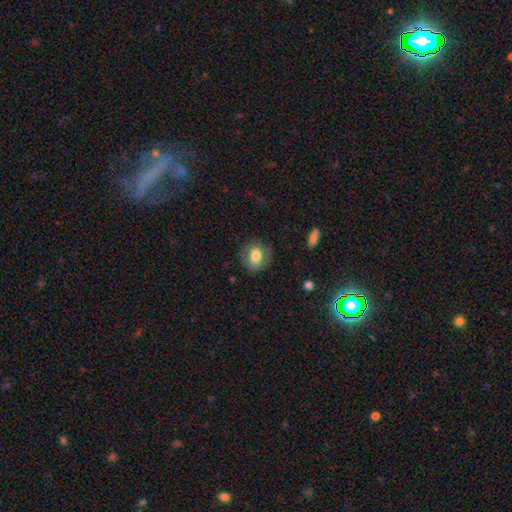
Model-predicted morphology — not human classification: A smooth galaxy with no disk features (70%) that is round (59%). Merging: none (79%).